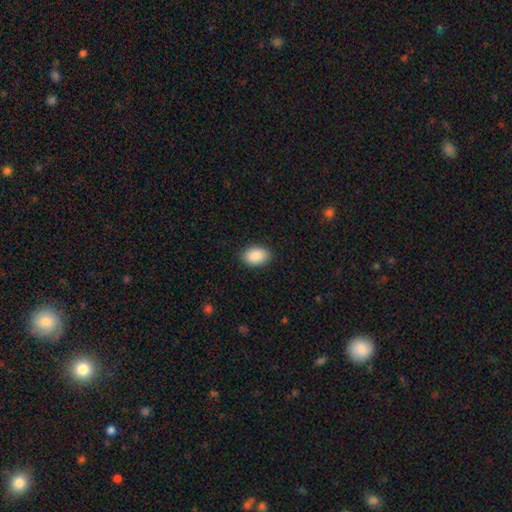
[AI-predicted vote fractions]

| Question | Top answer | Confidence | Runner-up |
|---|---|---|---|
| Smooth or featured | smooth | 90% | star or artifact (6%) |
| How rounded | in between | 89% | round (10%) |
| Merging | none | 88% | minor disturbance (9%) |